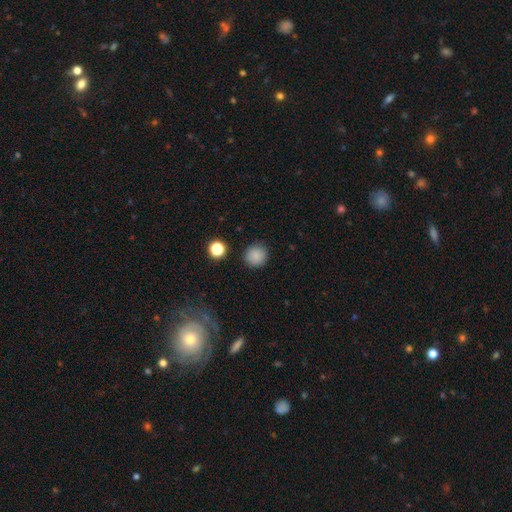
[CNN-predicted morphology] Smooth or featured? Predicted: smooth (p=0.85). How rounded? Predicted: round (p=0.93). Merging? Predicted: none (p=0.89).